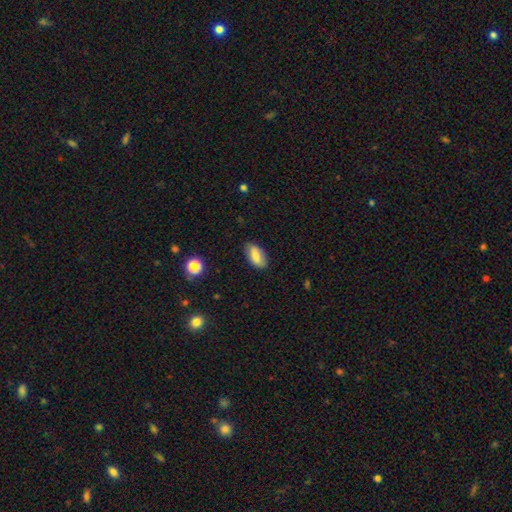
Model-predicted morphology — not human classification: A smooth galaxy with no disk features (79%) that is in between round and cigar-shaped (91%). Merging: none (81%).